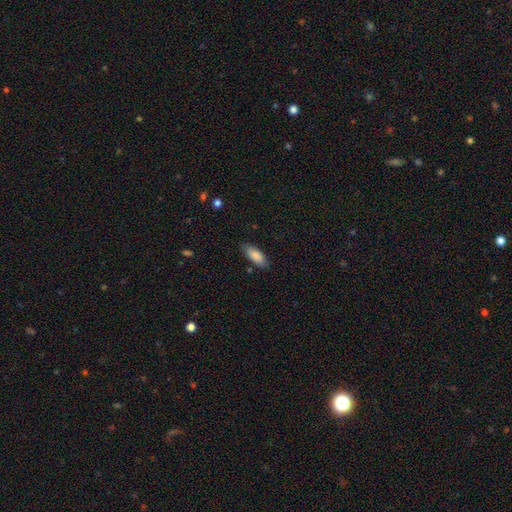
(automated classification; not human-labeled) smooth-or-featured: smooth: 86% | featured or disk: 8% | star or artifact: 6%
  how-rounded: in between: 79% | cigar-shaped: 19% | round: 2%
  merging: none: 83% | minor disturbance: 13% | major disturbance: 3% | merger: 2%